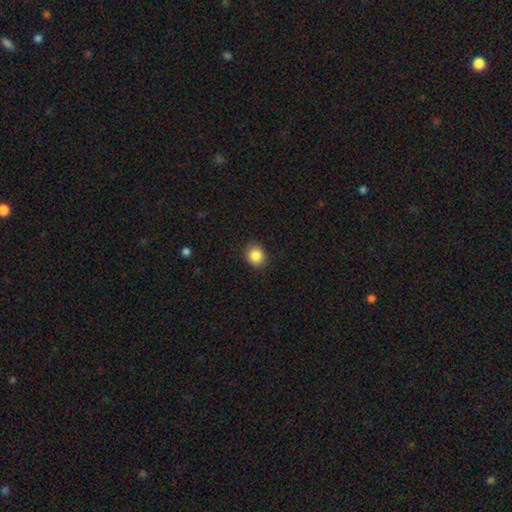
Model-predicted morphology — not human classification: A smooth galaxy with no disk features (87%) that is round (80%). Merging: none (89%).